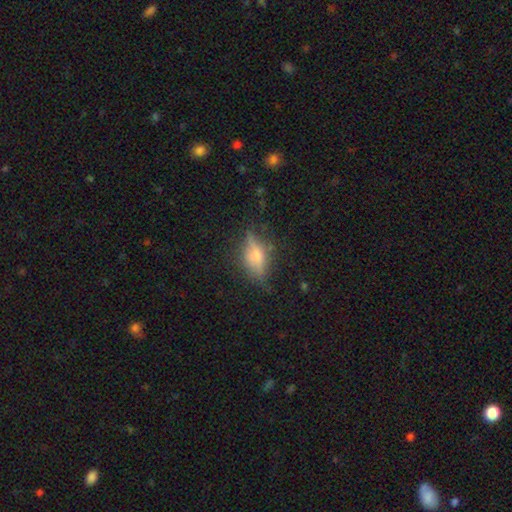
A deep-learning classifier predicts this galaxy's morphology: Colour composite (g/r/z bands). It shows a featured or disk galaxy (52%) viewed edge-on (87%). Merging: none (75%).